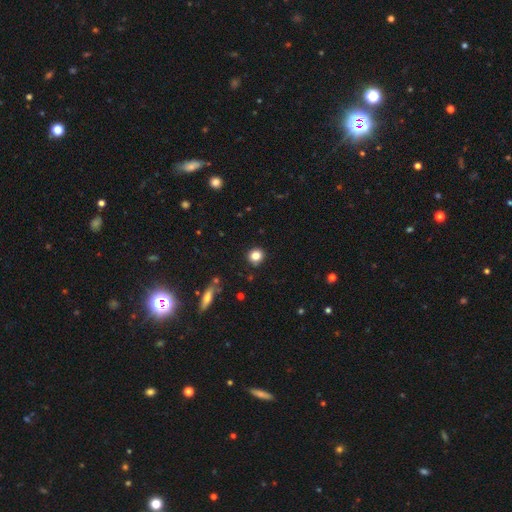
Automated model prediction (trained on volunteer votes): Smooth or featured? Predicted: smooth (p=0.83). How rounded? Predicted: round (p=0.89). Merging? Predicted: none (p=0.90).